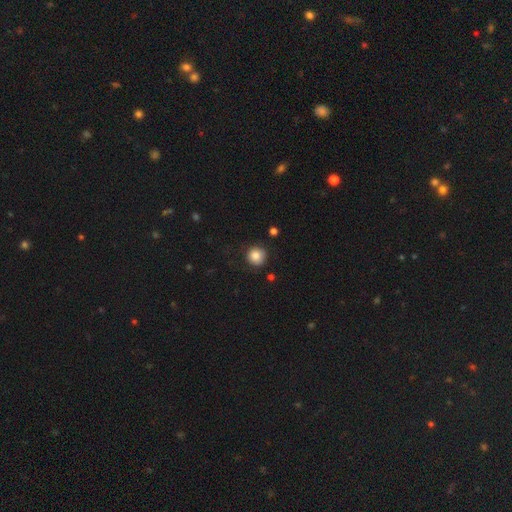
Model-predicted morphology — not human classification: Q: Smooth or featured?
A: smooth (85%); runner-up: star or artifact (10%)
Q: How rounded?
A: round (93%); runner-up: in between (6%)
Q: Merging?
A: none (82%); runner-up: minor disturbance (13%)